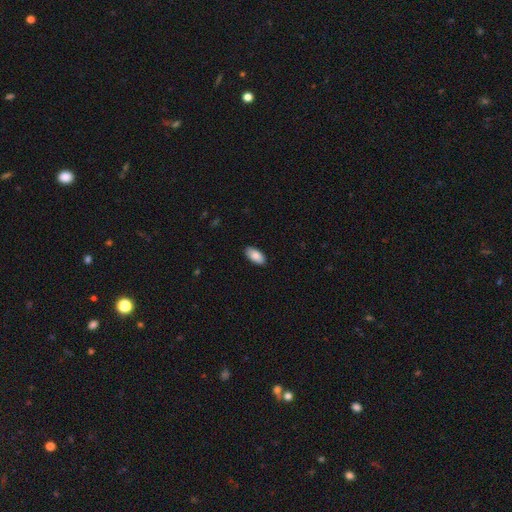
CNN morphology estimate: This is clearly a smooth galaxy (86%). How rounded: clearly in between (94%). Merging: clearly none (89%).